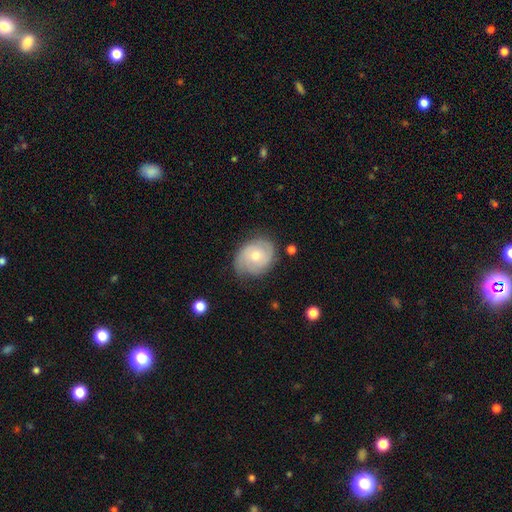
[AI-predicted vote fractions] smooth-or-featured: featured or disk: 56% | smooth: 37% | star or artifact: 6%
  disk-edge-on: no: 97% | yes: 3%
    bar: no: 73% | weak: 23% | strong: 3%
    has-spiral-arms: yes: 81% | no: 19%
    bulge-size: moderate: 63% | small: 31% | large: 3% | none: 1% | dominant: 1%
  merging: none: 70% | minor disturbance: 23% | major disturbance: 6% | merger: 2%